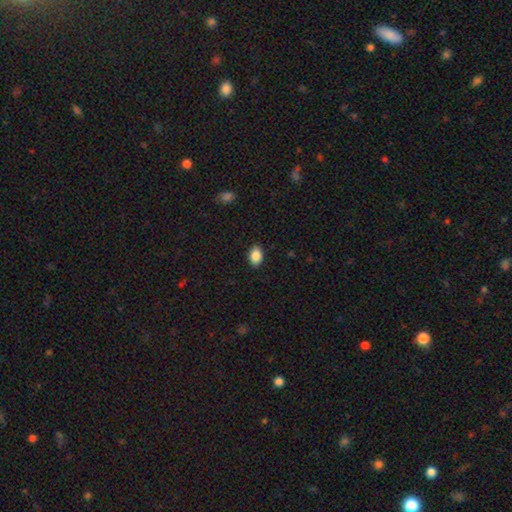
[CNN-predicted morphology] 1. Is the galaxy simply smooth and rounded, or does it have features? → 87% smooth, 8% star or artifact, 5% featured or disk.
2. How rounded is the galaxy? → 83% in between, 16% round, 1% cigar-shaped.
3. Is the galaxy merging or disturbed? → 88% none, 9% minor disturbance, 2% major disturbance, 1% merger.